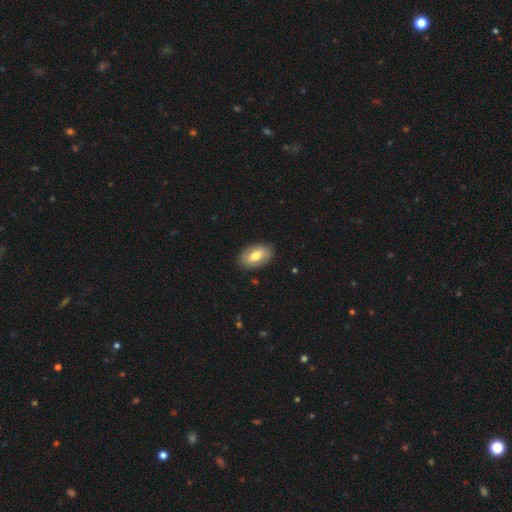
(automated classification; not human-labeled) Smooth or featured? smooth (61%)
How rounded? in between (90%)
Merging? none (85%)